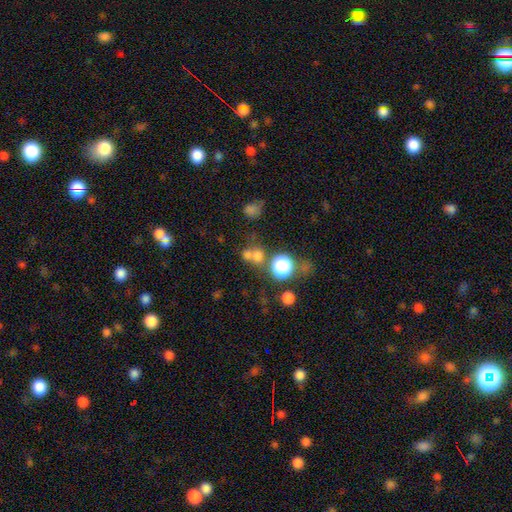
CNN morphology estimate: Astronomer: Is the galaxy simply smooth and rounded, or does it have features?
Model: smooth — 62%.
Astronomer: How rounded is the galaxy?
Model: round — 82%.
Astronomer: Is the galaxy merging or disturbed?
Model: none — 50% (runner-up: merger, 36%).